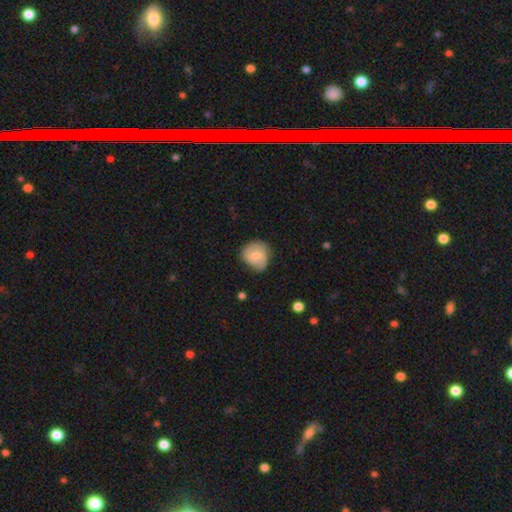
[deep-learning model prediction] The model was most divided on "smooth or featured": smooth: 51%, featured or disk: 42%, star or artifact: 7%. More confident: how rounded — round (76%); merging — none (63%).